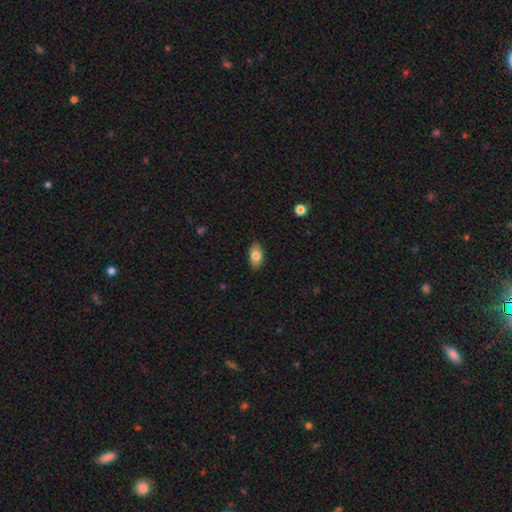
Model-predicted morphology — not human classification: The model was most divided on "smooth or featured": smooth: 81%, featured or disk: 12%, star or artifact: 8%. More confident: how rounded — in between (89%); merging — none (85%).